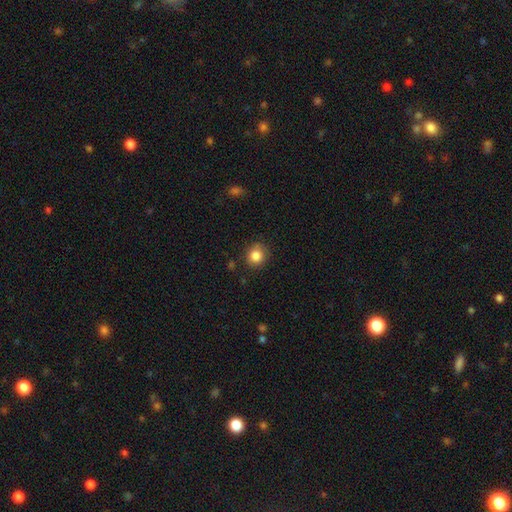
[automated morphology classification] type=smooth (84%); roundness=round (87%); merging=none (85%).